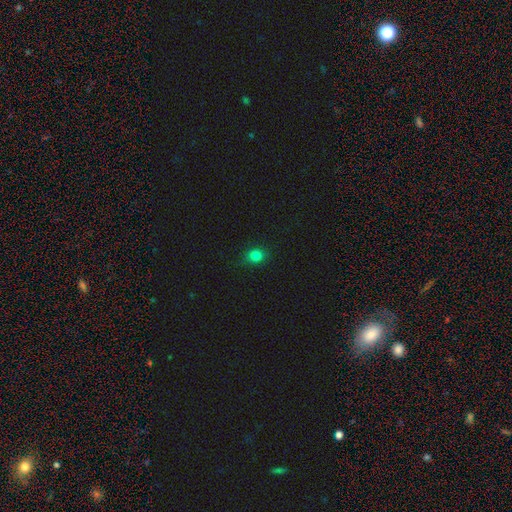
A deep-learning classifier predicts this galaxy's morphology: smooth_or_featured: smooth (p=0.81) [alt: star or artifact p=0.14]
how_rounded: round (p=0.71) [alt: in between p=0.28]
merging: none (p=0.84) [alt: minor disturbance p=0.13]